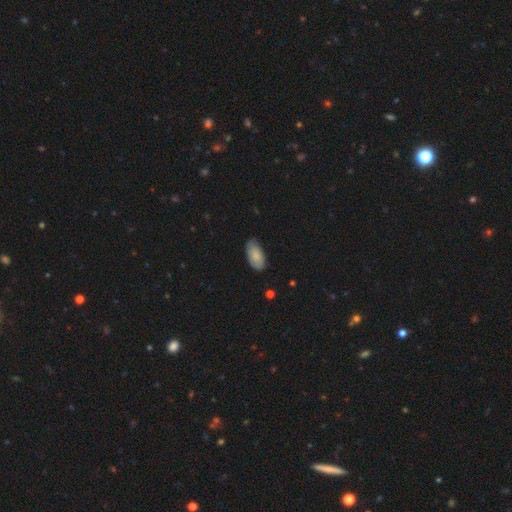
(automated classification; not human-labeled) smooth_or_featured: smooth (p=0.83) [alt: featured or disk p=0.12]
how_rounded: in between (p=0.94) [alt: cigar-shaped p=0.04]
merging: none (p=0.71) [alt: minor disturbance p=0.24]